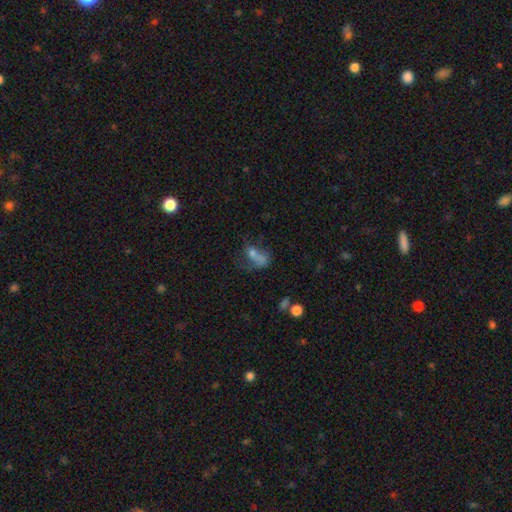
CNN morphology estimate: Smooth or featured? Predicted: smooth (p=0.55). How rounded? Predicted: in between (p=0.75). Merging? Predicted: major disturbance (p=0.37).